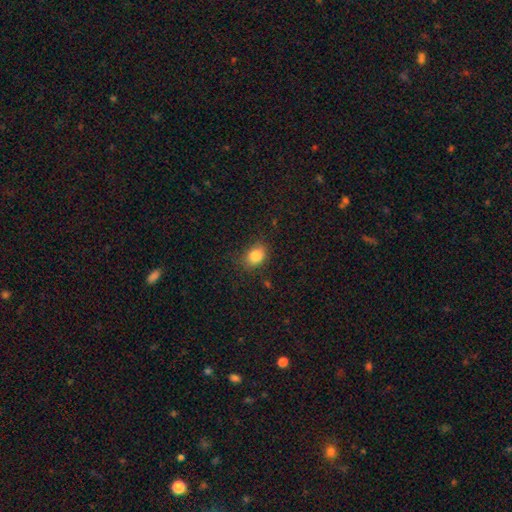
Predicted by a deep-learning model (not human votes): smooth-or-featured: smooth: 84% | star or artifact: 10% | featured or disk: 6%
  how-rounded: in between: 58% | round: 40% | cigar-shaped: 1%
  merging: none: 75% | minor disturbance: 19% | major disturbance: 5% | merger: 1%